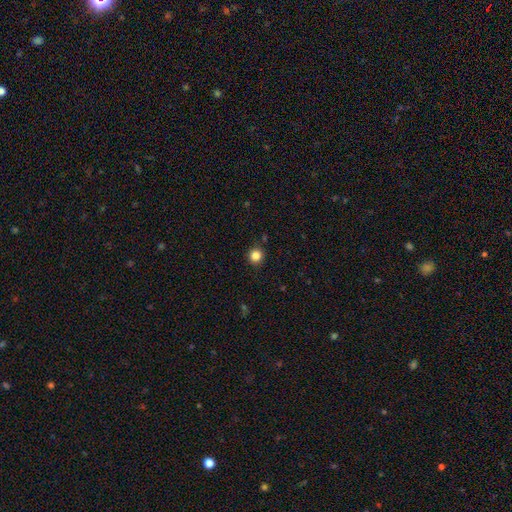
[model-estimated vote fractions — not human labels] Smooth or featured? Predicted: smooth (p=0.84). How rounded? Predicted: round (p=0.94). Merging? Predicted: none (p=0.90).